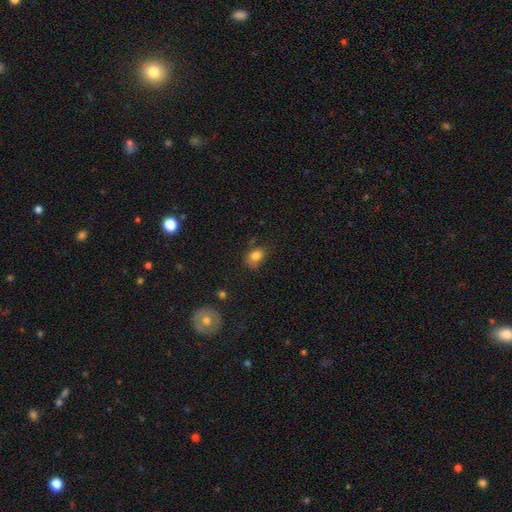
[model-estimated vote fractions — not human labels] smooth 81%, star or artifact 10%, featured or disk 9%. Down the decision tree: how rounded — in between (65%); merging — none (54%).